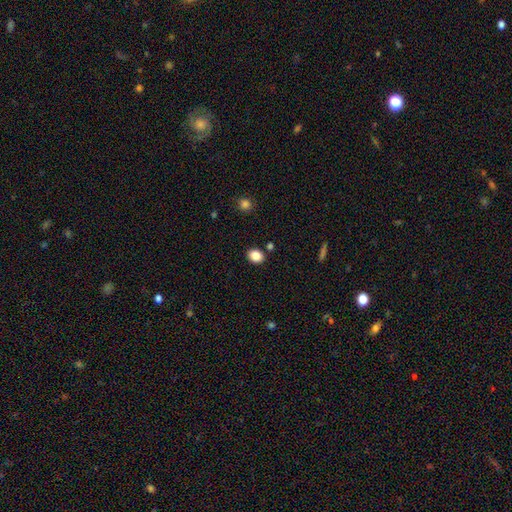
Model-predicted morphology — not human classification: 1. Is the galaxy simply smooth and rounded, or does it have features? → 86% smooth, 9% star or artifact, 4% featured or disk.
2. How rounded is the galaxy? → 51% in between, 48% round, 1% cigar-shaped.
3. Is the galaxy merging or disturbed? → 86% none, 8% minor disturbance, 3% merger, 2% major disturbance.